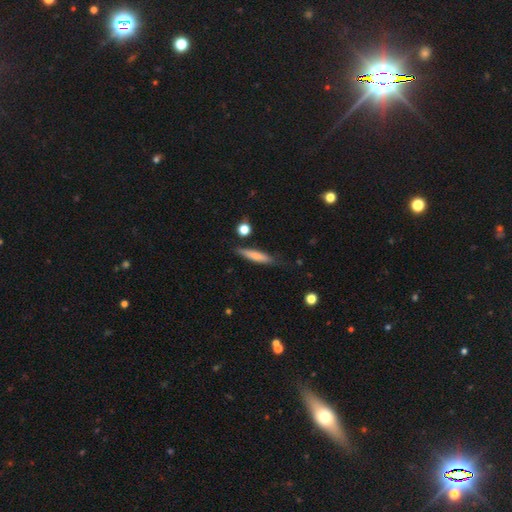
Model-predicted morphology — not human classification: Smooth or featured? smooth (71%)
How rounded? cigar-shaped (86%)
Merging? none (78%)